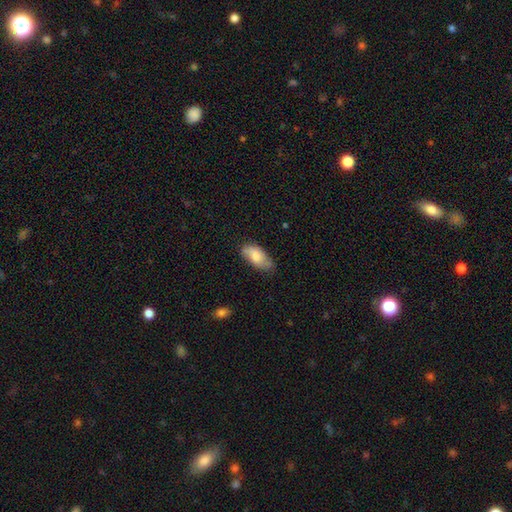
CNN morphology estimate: smooth-or-featured: smooth: 74% | featured or disk: 20% | star or artifact: 6%
  how-rounded: in between: 91% | cigar-shaped: 6% | round: 2%
  merging: none: 67% | minor disturbance: 27% | major disturbance: 5% | merger: 2%